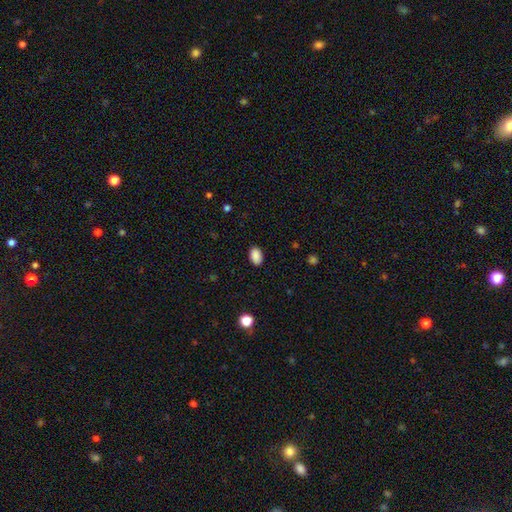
Volunteers were most divided on "merging": none: 83%, minor disturbance: 17%, major disturbance: 0%, merger: 0%. More confident: smooth or featured — smooth (92%); how rounded — in between (89%).